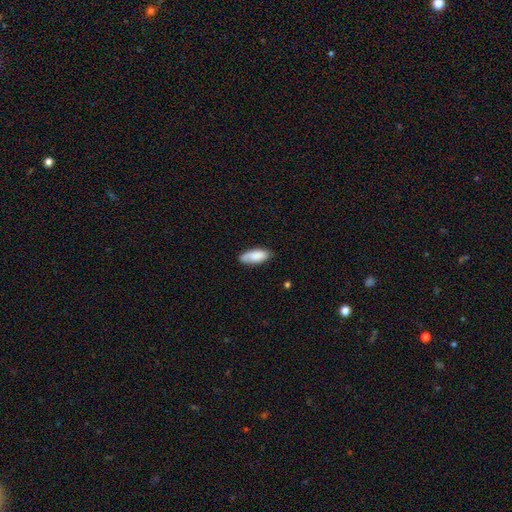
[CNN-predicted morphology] A smooth galaxy with no disk features (84%) that is in between round and cigar-shaped (82%).

Vote fractions:
- Smooth or featured? smooth: 84% / featured or disk: 10% / star or artifact: 6%
- How rounded? in between: 82% / cigar-shaped: 16% / round: 2%
- Merging? none: 75% / minor disturbance: 19% / major disturbance: 3% / merger: 2%